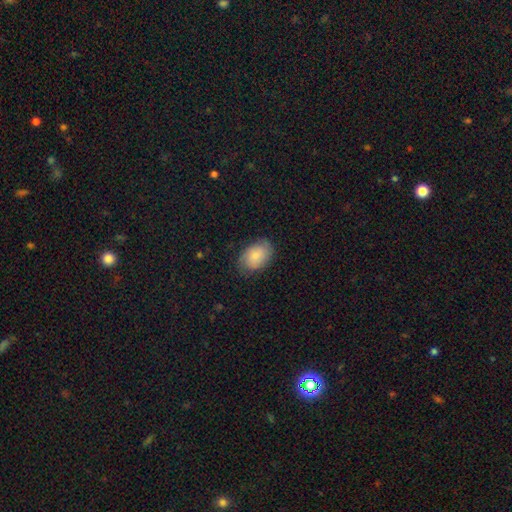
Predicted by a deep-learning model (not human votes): Overall: smooth (77%). How rounded: in between (87%). Merging: none (76%).